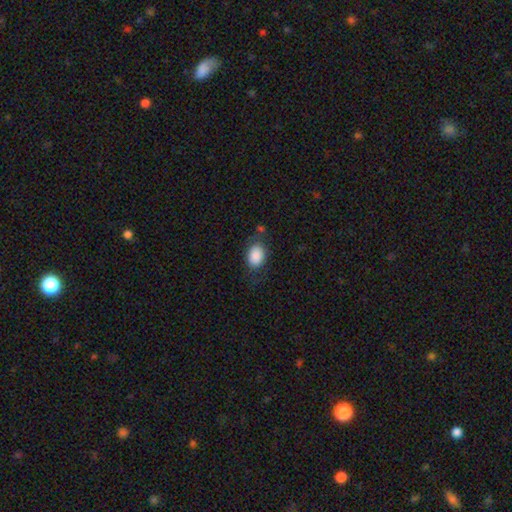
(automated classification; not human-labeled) A smooth galaxy with no disk features (87%) that is in between round and cigar-shaped (74%). Merging: none (69%).